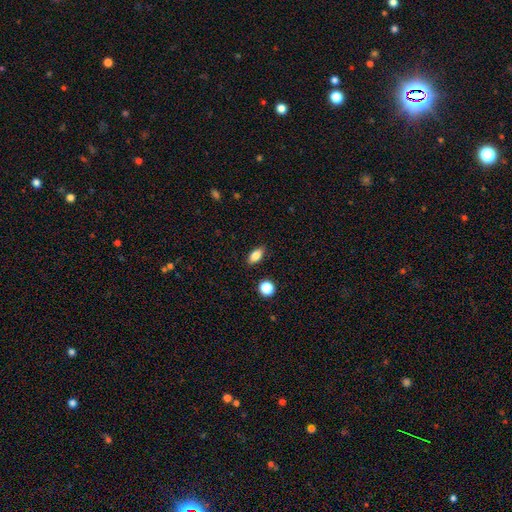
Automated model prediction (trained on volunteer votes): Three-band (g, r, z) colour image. It shows a smooth galaxy with no disk features (84%) that is in between round and cigar-shaped (85%). Merging: none (86%).